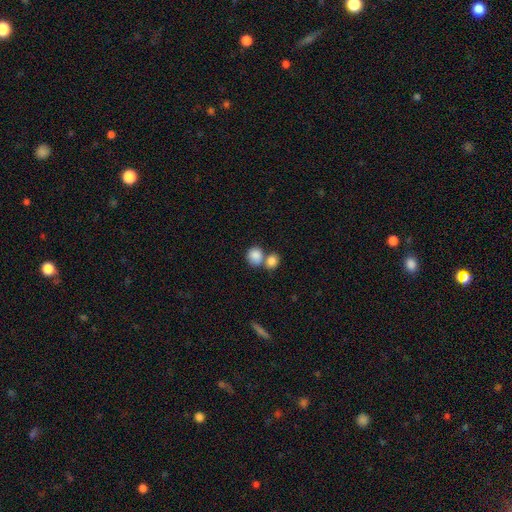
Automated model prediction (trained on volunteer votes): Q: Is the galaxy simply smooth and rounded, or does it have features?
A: smooth — 84%.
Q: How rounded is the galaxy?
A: round — 72%.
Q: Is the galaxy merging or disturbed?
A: merger — 46%.